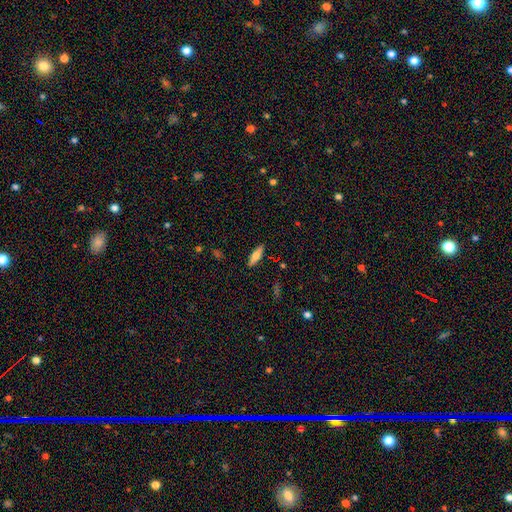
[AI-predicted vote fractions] smooth 61%, featured or disk 32%, star or artifact 7%. Down the decision tree: how rounded — in between (49%); merging — none (88%).